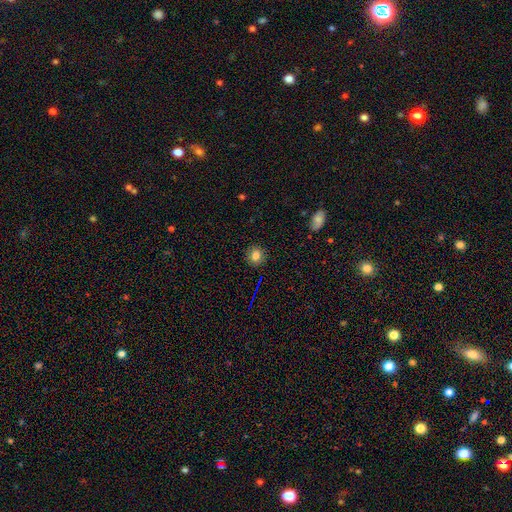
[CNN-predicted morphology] smooth_or_featured: smooth (p=0.80) [alt: star or artifact p=0.12]
how_rounded: round (p=0.81) [alt: in between p=0.18]
merging: none (p=0.87) [alt: minor disturbance p=0.09]